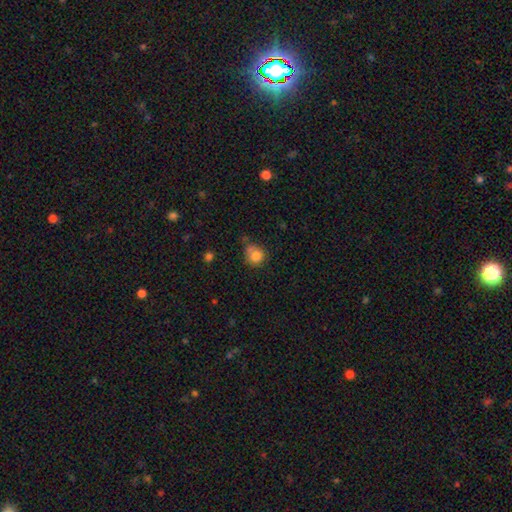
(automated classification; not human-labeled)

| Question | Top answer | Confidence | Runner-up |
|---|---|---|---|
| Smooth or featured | smooth | 81% | star or artifact (10%) |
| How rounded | round | 80% | in between (19%) |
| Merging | none | 52% | minor disturbance (25%) |